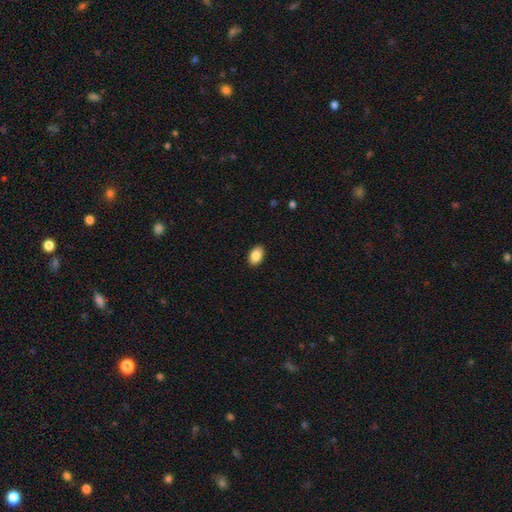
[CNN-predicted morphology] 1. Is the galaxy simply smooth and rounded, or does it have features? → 86% smooth, 8% star or artifact, 7% featured or disk.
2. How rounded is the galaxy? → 89% in between, 9% round, 1% cigar-shaped.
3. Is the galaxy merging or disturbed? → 90% none, 7% minor disturbance, 2% major disturbance, 1% merger.